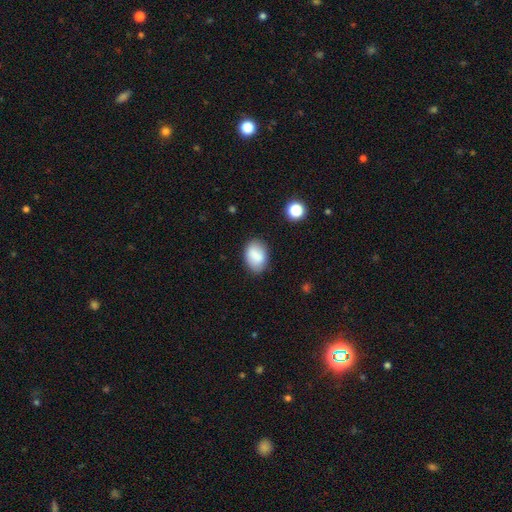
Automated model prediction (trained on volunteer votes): A smooth galaxy with no disk features (82%) that is in between round and cigar-shaped (84%). Merging: none (79%).